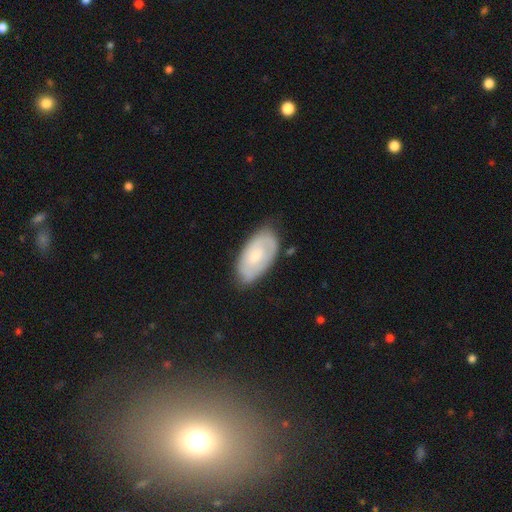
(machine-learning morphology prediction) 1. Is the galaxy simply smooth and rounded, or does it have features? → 50% featured or disk, 44% smooth, 6% star or artifact.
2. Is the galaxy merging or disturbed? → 74% none, 20% minor disturbance, 5% major disturbance, 2% merger.